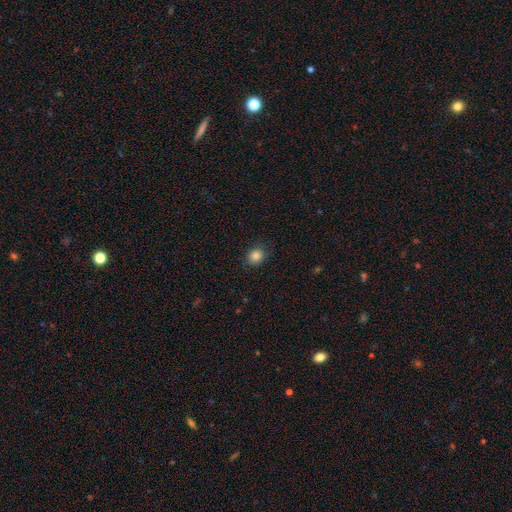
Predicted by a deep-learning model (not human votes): Morphology: type=smooth (85%); roundness=round (59%); merging=none (84%).